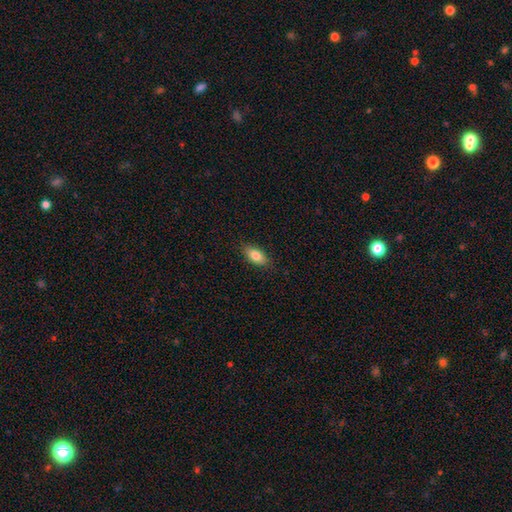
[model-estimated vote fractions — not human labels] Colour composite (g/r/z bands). It shows a smooth galaxy with no disk features (83%) that is in between round and cigar-shaped (89%). Merging: none (85%).